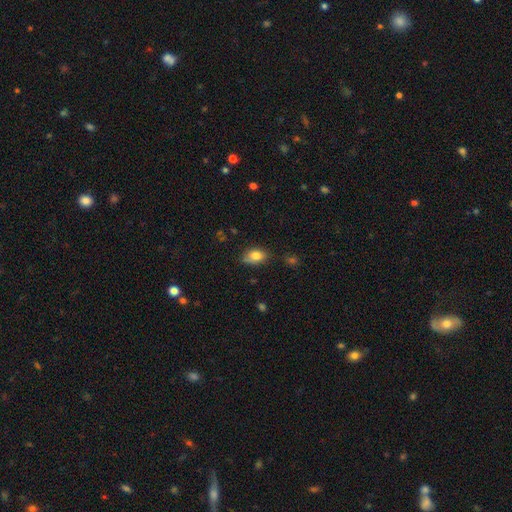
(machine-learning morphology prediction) Smooth or featured: smooth — 82% (featured or disk — 10%)
How rounded: in between — 85% (round — 13%)
Merging: none — 69% (minor disturbance — 24%)